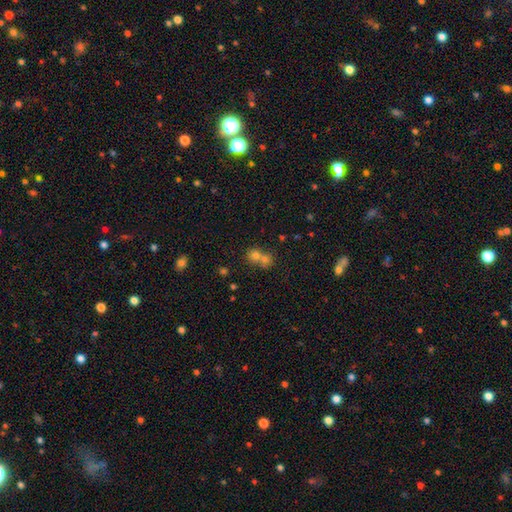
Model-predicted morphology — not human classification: smooth 70%, star or artifact 15%, featured or disk 15%. Down the decision tree: how rounded — round (74%); merging — merger (63%).